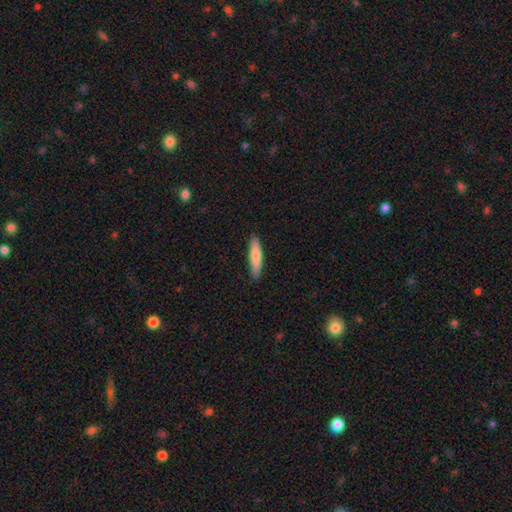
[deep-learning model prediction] smooth 80%, featured or disk 15%, star or artifact 5%. Down the decision tree: how rounded — cigar-shaped (83%); merging — none (89%).